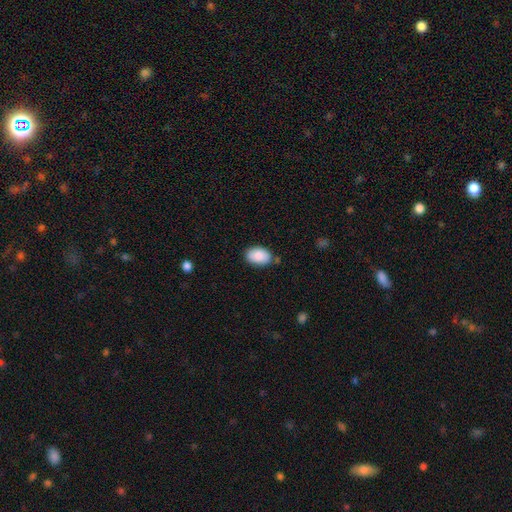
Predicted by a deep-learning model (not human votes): smooth 87%, star or artifact 7%, featured or disk 6%. Down the decision tree: how rounded — in between (89%); merging — none (78%).